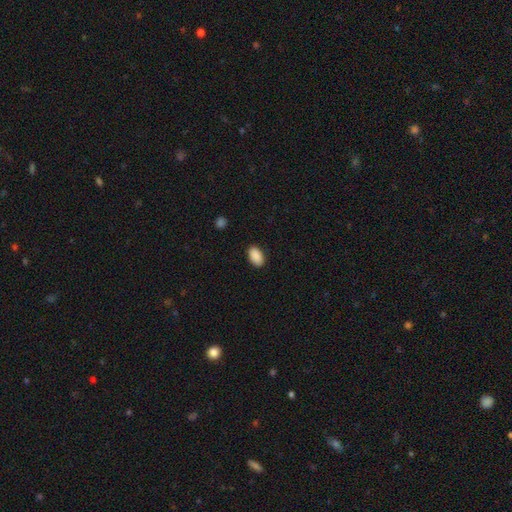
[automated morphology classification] type=smooth (90%); roundness=in between (93%); merging=none (89%).